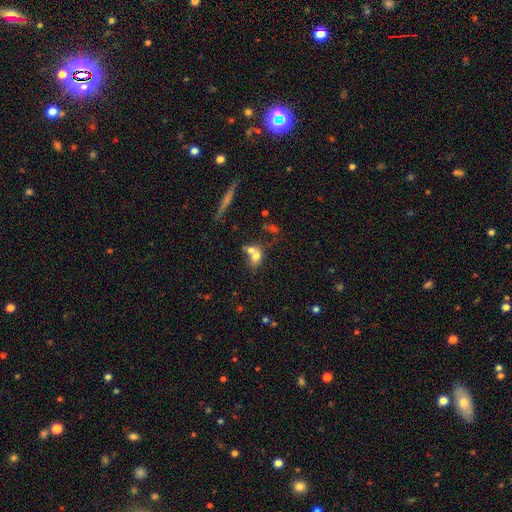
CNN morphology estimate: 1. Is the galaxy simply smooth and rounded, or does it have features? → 69% smooth, 19% featured or disk, 12% star or artifact.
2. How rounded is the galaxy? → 68% in between, 28% round, 4% cigar-shaped.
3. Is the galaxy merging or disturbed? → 52% merger, 31% none, 11% minor disturbance, 7% major disturbance.